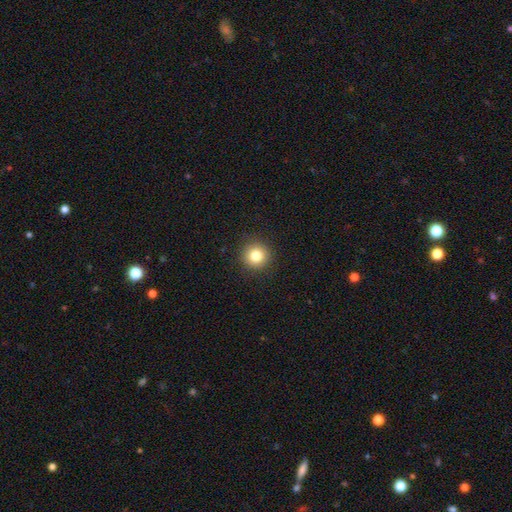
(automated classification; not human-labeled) A smooth galaxy with no disk features (81%) that is round (95%).

Vote fractions:
- Smooth or featured? smooth: 81% / star or artifact: 11% / featured or disk: 7%
- How rounded? round: 95% / in between: 4% / cigar-shaped: 1%
- Merging? none: 92% / minor disturbance: 5% / major disturbance: 2% / merger: 1%